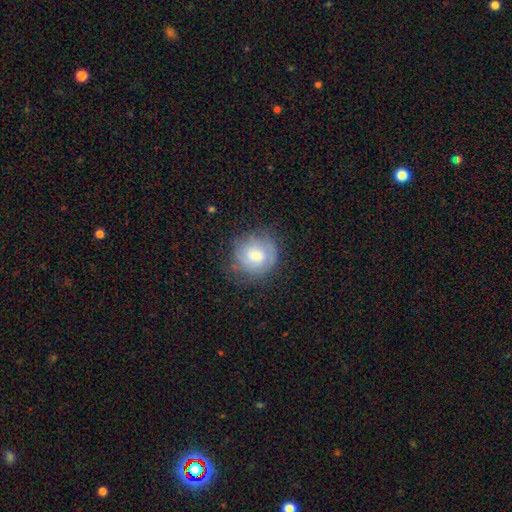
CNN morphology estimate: Smooth or featured? smooth (62%)
How rounded? round (85%)
Merging? none (69%)